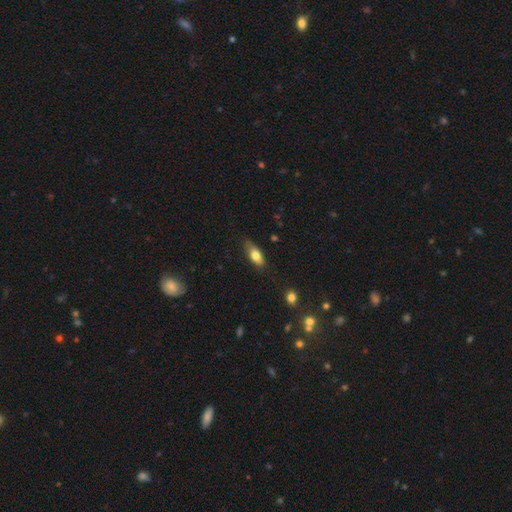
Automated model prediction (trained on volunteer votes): Smooth or featured? smooth (75%)
How rounded? in between (81%)
Merging? none (71%)